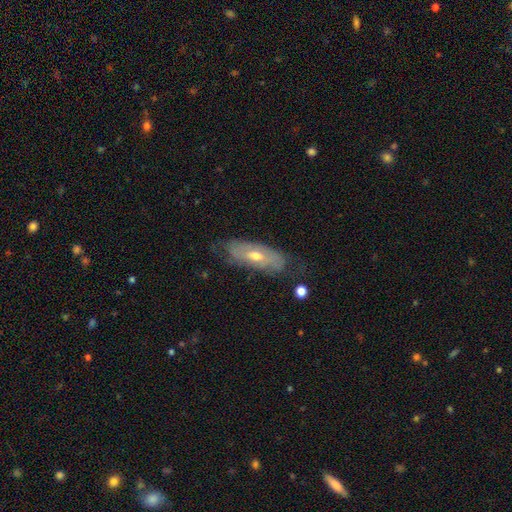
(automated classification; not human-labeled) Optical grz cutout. It shows a featured or disk galaxy (61%). Merging: none (70%).